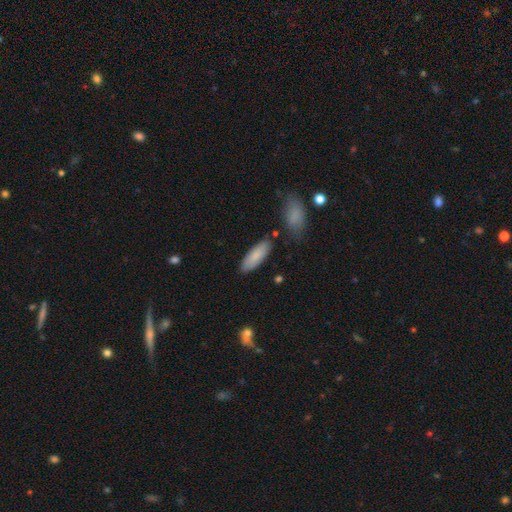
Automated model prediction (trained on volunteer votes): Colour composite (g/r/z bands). It shows a smooth galaxy with no disk features (84%) that is in between round and cigar-shaped (65%). Merging: none (80%).